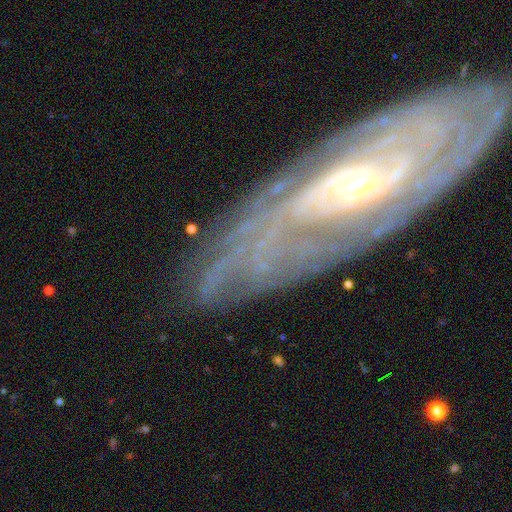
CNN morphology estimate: type=featured or disk (83%); edge-on=no (83%); bar=no (58%); spiral arms=yes (90%); winding=tight (71%); arm count=can't tell (45%); bulge=small (69%); merging=none (80%).